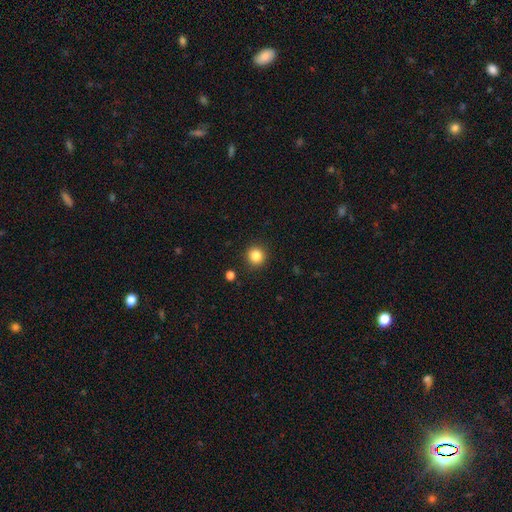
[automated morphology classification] smooth-or-featured: smooth: 84% | star or artifact: 11% | featured or disk: 5%
  how-rounded: round: 93% | in between: 6% | cigar-shaped: 1%
  merging: none: 91% | minor disturbance: 6% | major disturbance: 2% | merger: 2%